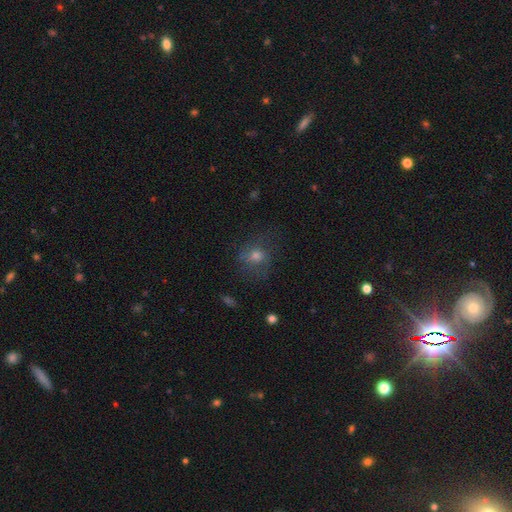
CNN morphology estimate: The model was most divided on "smooth or featured": smooth: 55%, featured or disk: 24%, star or artifact: 21%. More confident: how rounded — round (71%); merging — none (63%).